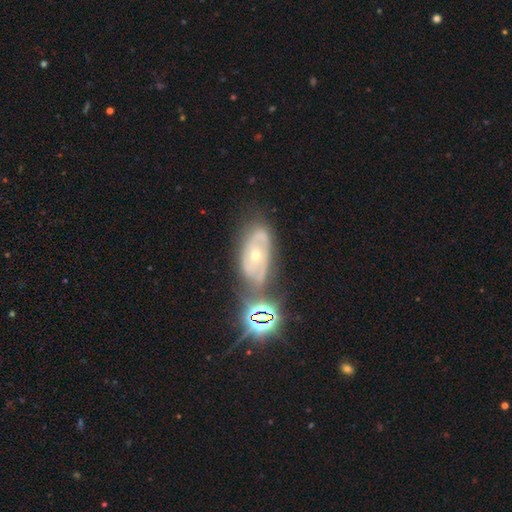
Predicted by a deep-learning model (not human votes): A featured or disk galaxy (70%) with no bar (76%), tight (60%) spiral arms (78%) and a small central bulge (55%).

Vote fractions:
- Smooth or featured? featured or disk: 70% / star or artifact: 16% / smooth: 14%
- Edge-on disk? no: 93% / yes: 7%
- Bar? no: 76% / weak: 18% / strong: 6%
- Spiral arms? yes: 78% / no: 22%
- Spiral winding? tight: 60% / medium: 31% / loose: 9%
- Spiral arm count? can't tell: 42% / 2: 39% / 3: 9% / 1: 5% / 4: 3% / more than 4: 3%
- Bulge size? small: 55% / moderate: 41% / large: 1% / none: 1% / dominant: 1%
- Merging? none: 57% / minor disturbance: 22% / merger: 11% / major disturbance: 10%